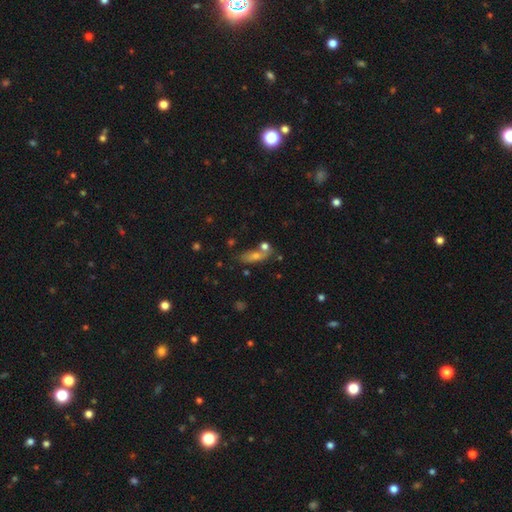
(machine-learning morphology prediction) Smooth or featured? Predicted: smooth (p=0.58). How rounded? Predicted: in between (p=0.57). Merging? Predicted: none (p=0.57).